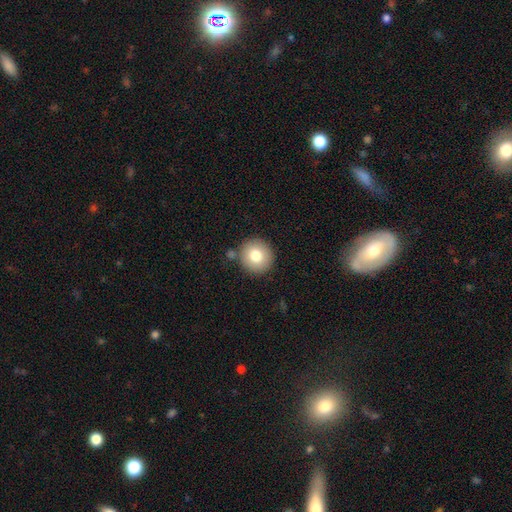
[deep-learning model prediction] This is likely a smooth galaxy (79%). How rounded: clearly round (92%). Merging: clearly none (83%).